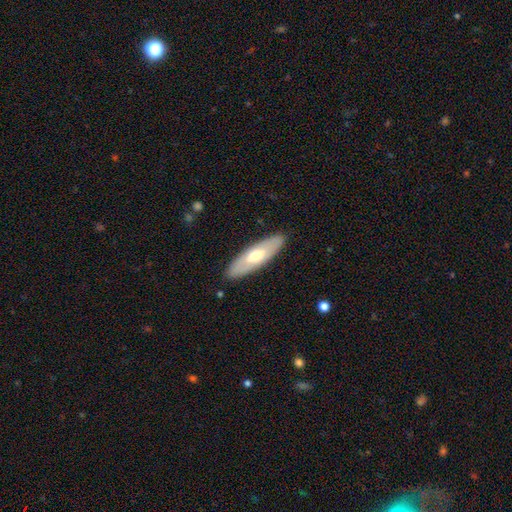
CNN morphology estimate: Overall: smooth (53%; featured or disk 42%). How rounded: in between (53%; cigar-shaped 45%). Merging: none (88%).